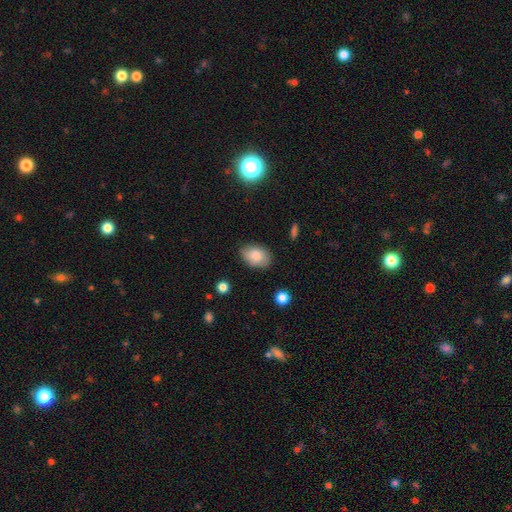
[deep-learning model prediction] A smooth galaxy with no disk features (83%) that is in between round and cigar-shaped (85%). Merging: none (81%).